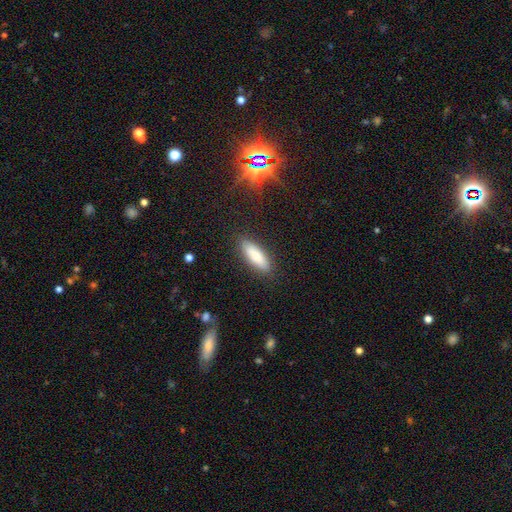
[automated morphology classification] Smooth or featured? Predicted: smooth (p=0.81). How rounded? Predicted: in between (p=0.52). Merging? Predicted: none (p=0.86).